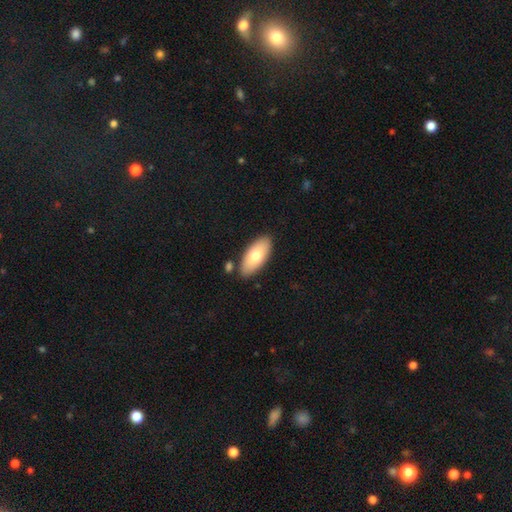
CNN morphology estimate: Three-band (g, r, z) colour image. It shows a smooth galaxy with no disk features (74%) that is in between round and cigar-shaped (89%). Merging: none (82%).